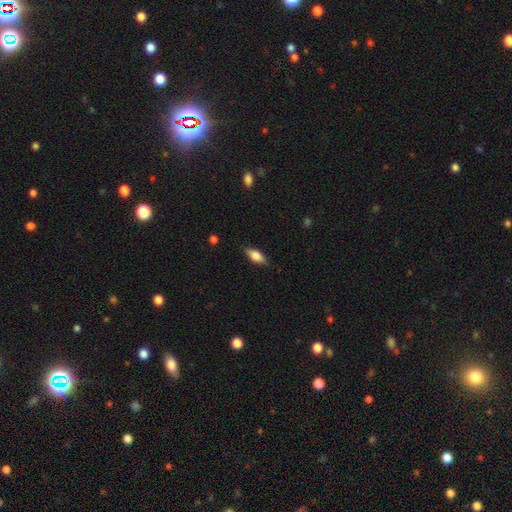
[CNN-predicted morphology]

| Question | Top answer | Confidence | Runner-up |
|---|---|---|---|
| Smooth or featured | smooth | 73% | featured or disk (20%) |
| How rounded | in between | 79% | cigar-shaped (18%) |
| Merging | none | 84% | minor disturbance (12%) |